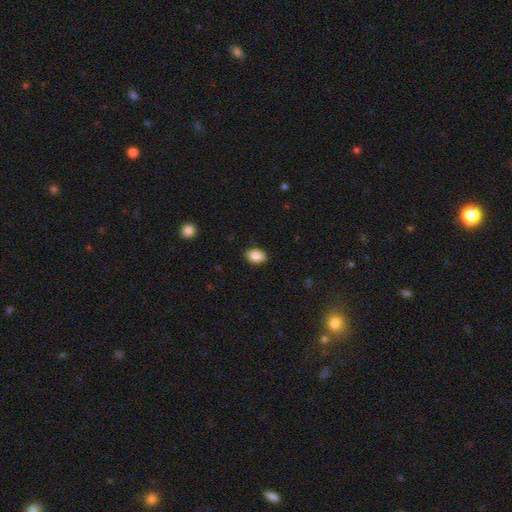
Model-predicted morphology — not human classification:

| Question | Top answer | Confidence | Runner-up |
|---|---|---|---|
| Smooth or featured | smooth | 87% | star or artifact (8%) |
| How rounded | in between | 82% | round (17%) |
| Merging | none | 88% | minor disturbance (9%) |